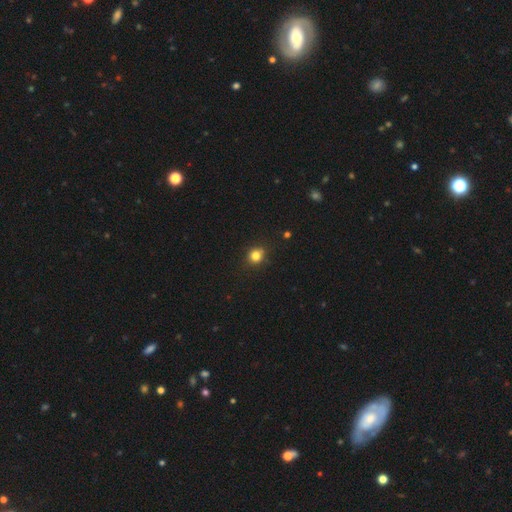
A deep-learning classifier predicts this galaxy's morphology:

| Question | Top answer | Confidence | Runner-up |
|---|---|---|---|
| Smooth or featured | smooth | 81% | star or artifact (13%) |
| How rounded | round | 83% | in between (16%) |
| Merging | none | 85% | minor disturbance (11%) |